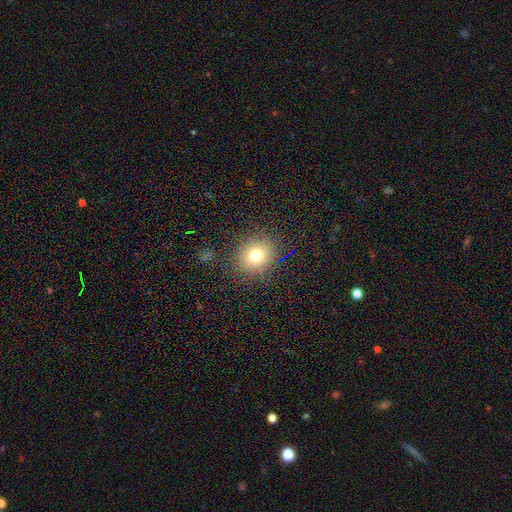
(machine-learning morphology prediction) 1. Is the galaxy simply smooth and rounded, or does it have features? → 74% smooth, 16% star or artifact, 10% featured or disk.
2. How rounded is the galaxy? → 80% round, 19% in between, 1% cigar-shaped.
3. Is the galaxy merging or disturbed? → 86% none, 8% minor disturbance, 4% major disturbance, 2% merger.